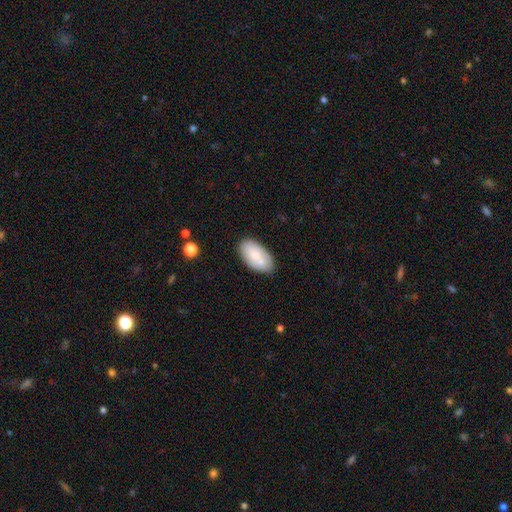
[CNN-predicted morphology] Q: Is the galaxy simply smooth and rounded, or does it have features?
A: smooth — 70%.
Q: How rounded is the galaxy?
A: in between — 95%.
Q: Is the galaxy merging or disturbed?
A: none — 75%.